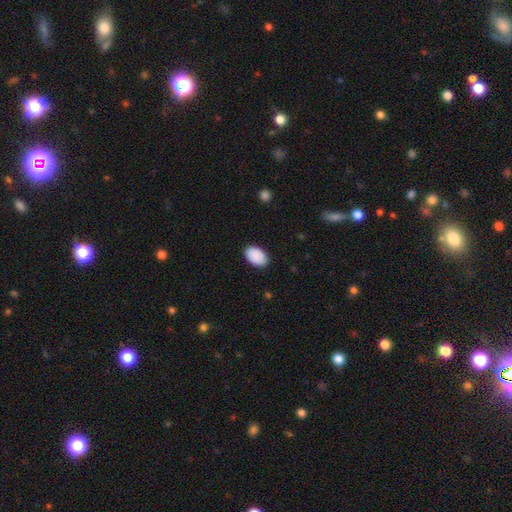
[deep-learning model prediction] Smooth or featured?
  - smooth: 91% *
  - star or artifact: 6%
  - featured or disk: 3%
How rounded?
  - in between: 91% *
  - round: 8%
  - cigar-shaped: 1%
Merging?
  - none: 89% *
  - minor disturbance: 8%
  - major disturbance: 2%
  - merger: 1%